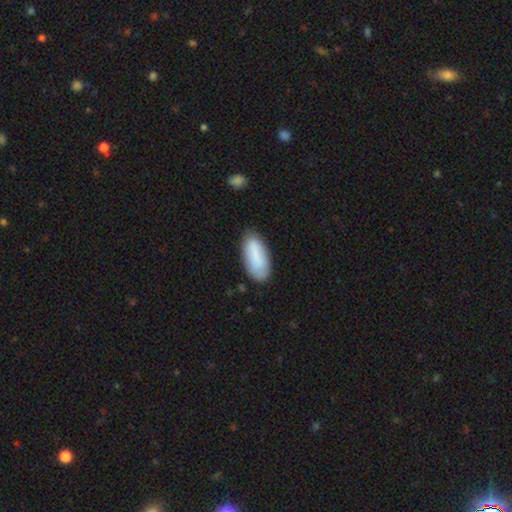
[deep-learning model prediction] A smooth galaxy with no disk features (81%) that is in between round and cigar-shaped (88%).

Vote fractions:
- Smooth or featured? smooth: 81% / featured or disk: 12% / star or artifact: 6%
- How rounded? in between: 88% / cigar-shaped: 10% / round: 2%
- Merging? none: 74% / minor disturbance: 20% / major disturbance: 4% / merger: 2%